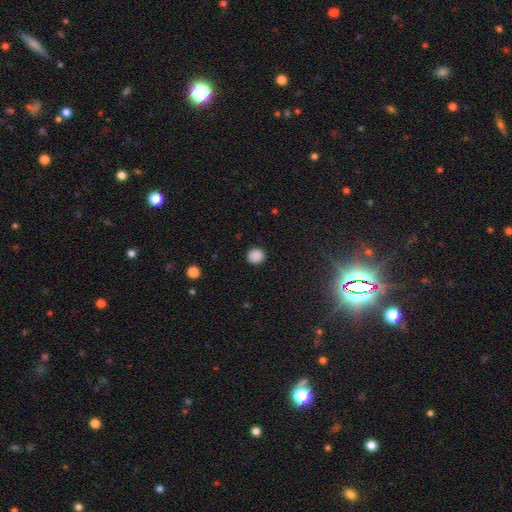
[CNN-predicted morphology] Smooth or featured? smooth (86%)
How rounded? round (89%)
Merging? none (91%)